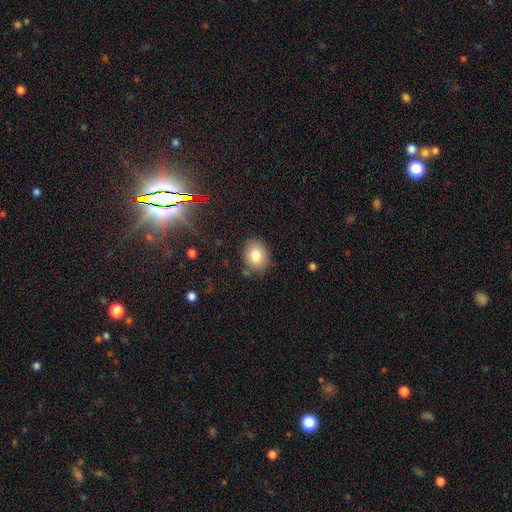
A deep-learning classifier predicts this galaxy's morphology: Smooth or featured? Predicted: smooth (p=0.81). How rounded? Predicted: round (p=0.51). Merging? Predicted: none (p=0.79).